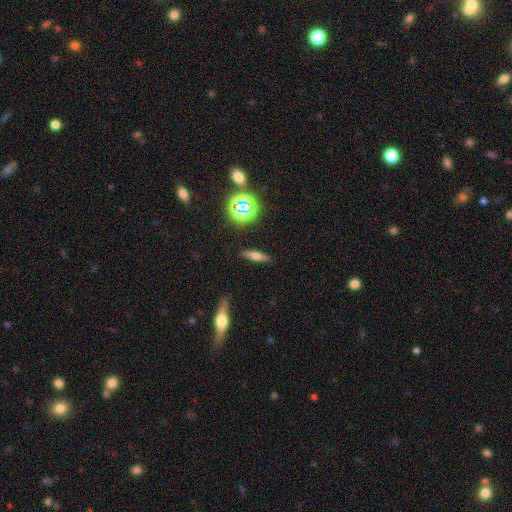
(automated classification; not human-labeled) smooth-or-featured: smooth: 48% | featured or disk: 38% | star or artifact: 14%
  merging: none: 87% | minor disturbance: 9% | major disturbance: 2% | merger: 2%